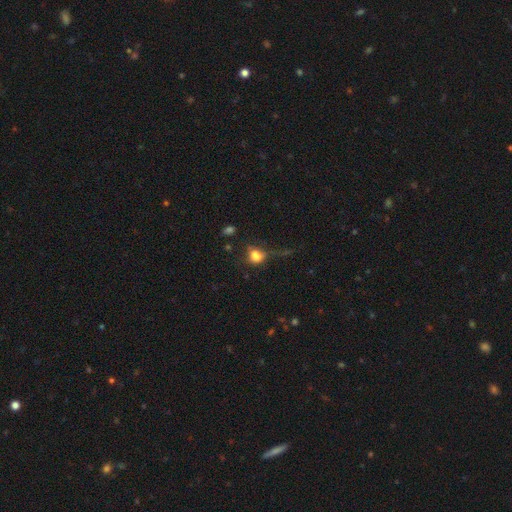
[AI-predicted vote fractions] Smooth or featured?
  - smooth: 72% *
  - featured or disk: 15%
  - star or artifact: 13%
How rounded?
  - round: 50% *
  - in between: 47%
  - cigar-shaped: 3%
Merging?
  - none: 40% *
  - major disturbance: 27%
  - minor disturbance: 25%
  - merger: 9%